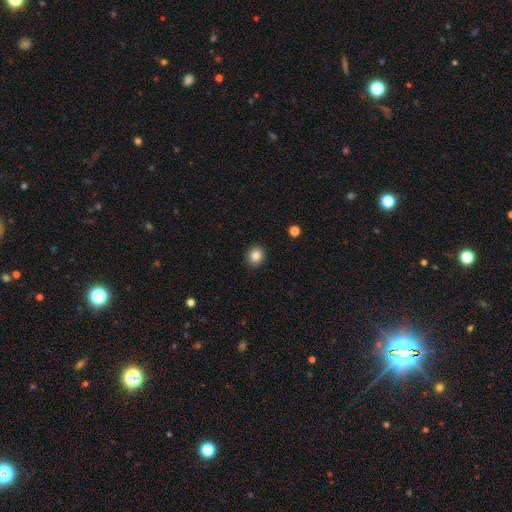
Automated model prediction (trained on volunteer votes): Smooth or featured? Predicted: smooth (p=0.85). How rounded? Predicted: round (p=0.82). Merging? Predicted: none (p=0.92).